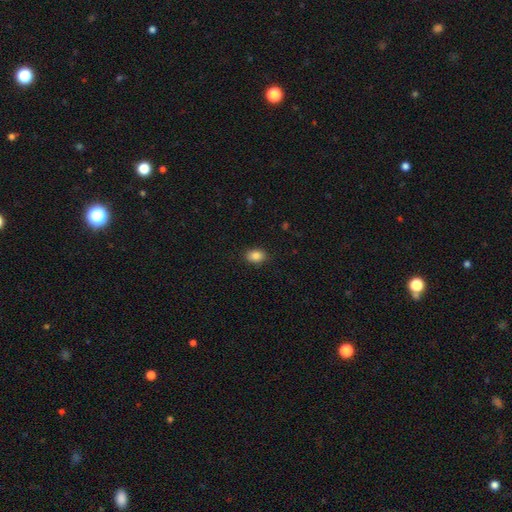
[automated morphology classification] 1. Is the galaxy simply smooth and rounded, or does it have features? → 87% smooth, 9% star or artifact, 5% featured or disk.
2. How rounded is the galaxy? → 76% in between, 23% round, 1% cigar-shaped.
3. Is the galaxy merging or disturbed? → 89% none, 8% minor disturbance, 2% major disturbance, 1% merger.